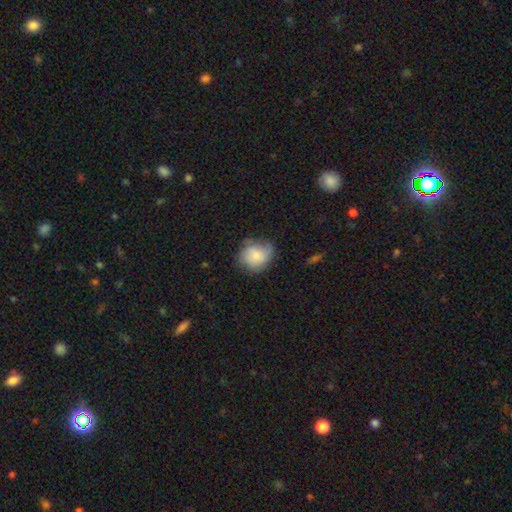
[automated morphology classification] Smooth or featured?
  - smooth: 73% *
  - featured or disk: 19%
  - star or artifact: 8%
How rounded?
  - round: 70% *
  - in between: 29%
  - cigar-shaped: 1%
Merging?
  - none: 56% *
  - minor disturbance: 32%
  - major disturbance: 10%
  - merger: 2%